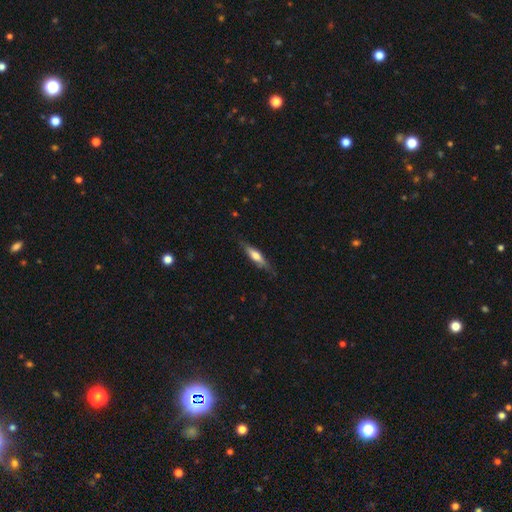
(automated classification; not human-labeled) This is possibly a featured or disk galaxy (48%). Merging: likely none (79%).